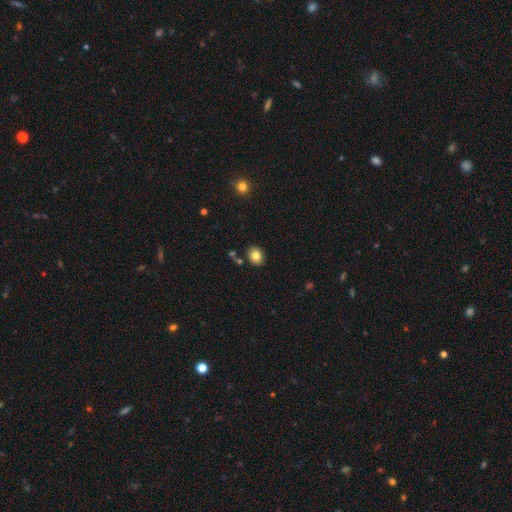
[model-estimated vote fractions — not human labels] smooth-or-featured: smooth: 82% | star or artifact: 9% | featured or disk: 9%
  how-rounded: in between: 54% | round: 45% | cigar-shaped: 1%
  merging: none: 83% | minor disturbance: 10% | merger: 4% | major disturbance: 2%